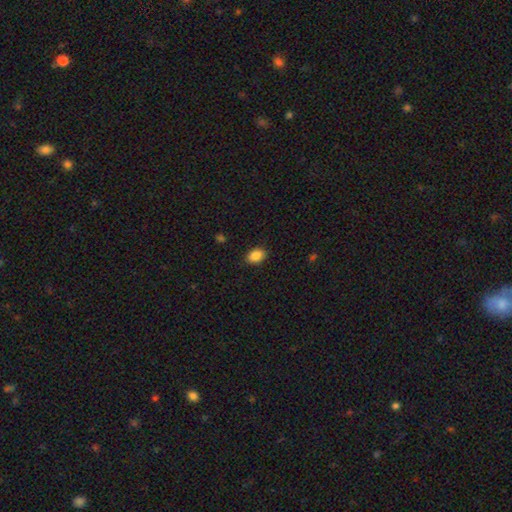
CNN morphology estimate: Q: Smooth or featured?
A: smooth (88%); runner-up: star or artifact (8%)
Q: How rounded?
A: in between (80%); runner-up: round (18%)
Q: Merging?
A: none (87%); runner-up: minor disturbance (10%)